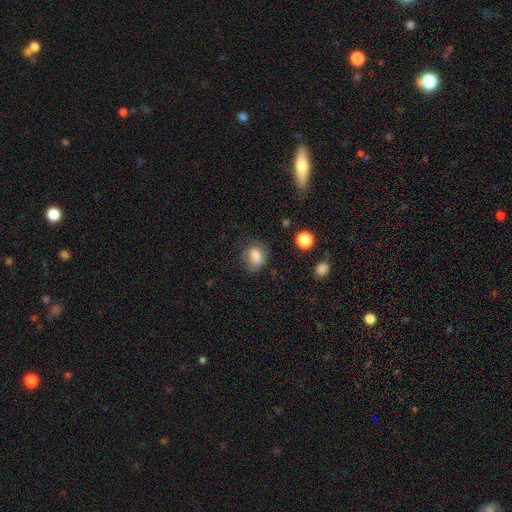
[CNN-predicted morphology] Smooth or featured: smooth — 80% (star or artifact — 10%)
How rounded: in between — 58% (round — 40%)
Merging: none — 57% (minor disturbance — 28%)